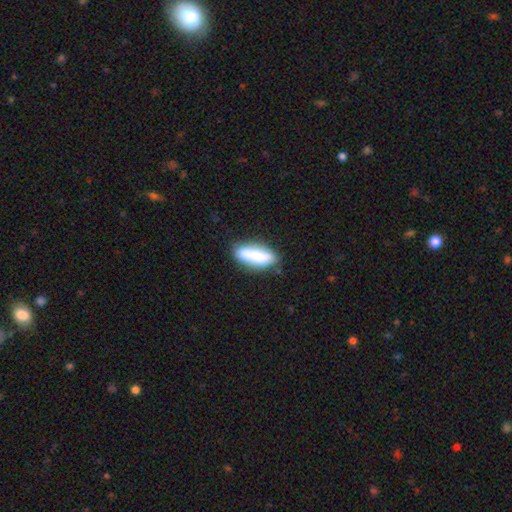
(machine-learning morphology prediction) Q: Smooth or featured?
A: smooth (71%); runner-up: featured or disk (23%)
Q: How rounded?
A: in between (73%); runner-up: cigar-shaped (24%)
Q: Merging?
A: none (62%); runner-up: minor disturbance (19%)